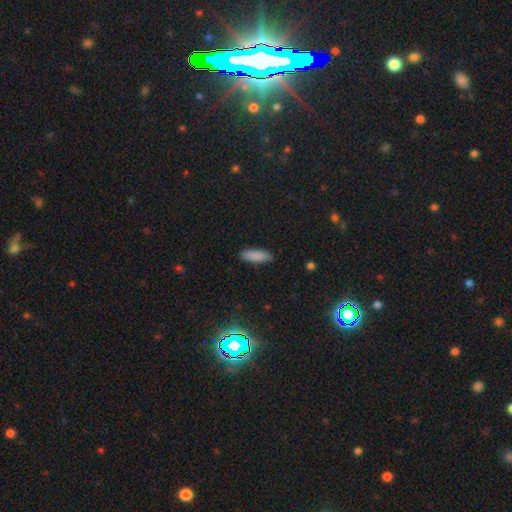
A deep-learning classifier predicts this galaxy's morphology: Smooth or featured? smooth (87%)
How rounded? in between (58%)
Merging? none (87%)